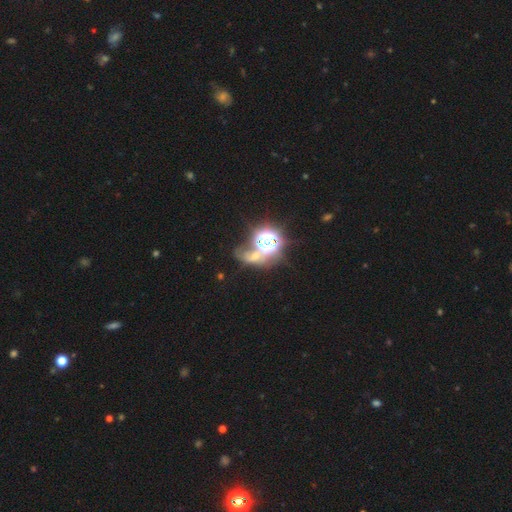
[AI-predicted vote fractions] Q: Smooth or featured?
A: star or artifact (60%); runner-up: smooth (24%)